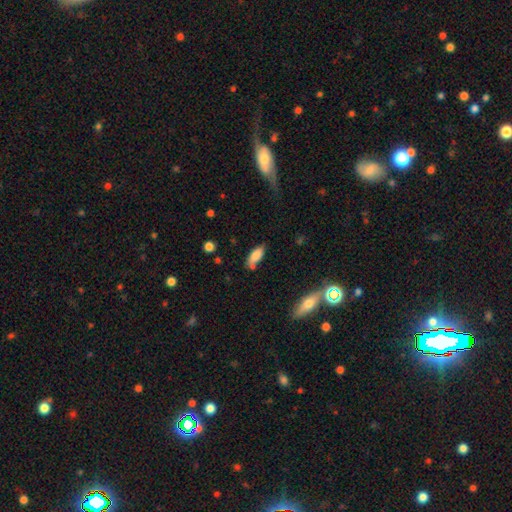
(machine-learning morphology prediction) Smooth or featured?
  - smooth: 80% *
  - featured or disk: 12%
  - star or artifact: 8%
How rounded?
  - in between: 78% *
  - cigar-shaped: 19%
  - round: 2%
Merging?
  - none: 62% *
  - minor disturbance: 24%
  - merger: 9%
  - major disturbance: 6%